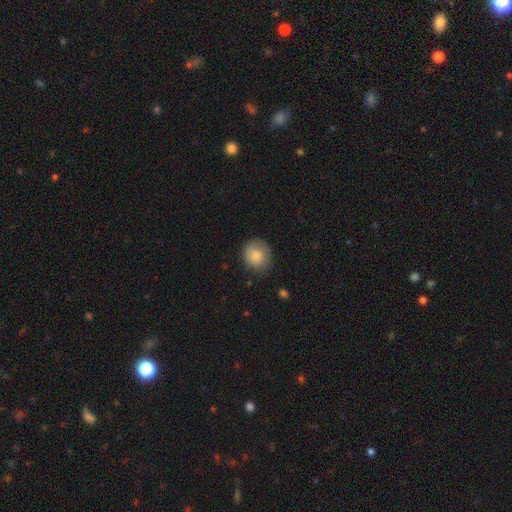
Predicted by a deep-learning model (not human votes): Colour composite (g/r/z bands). It shows a smooth galaxy with no disk features (80%) that is round (74%). Merging: none (70%).